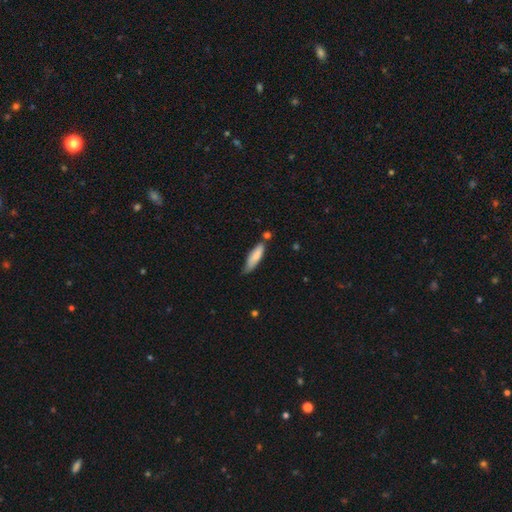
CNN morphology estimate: This appears to be a smooth galaxy with no disk features (81%) that is cigar-shaped (63%). Merging: none (54%).